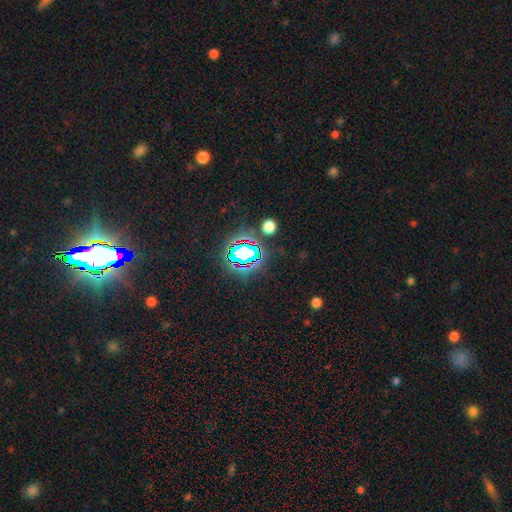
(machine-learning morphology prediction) This is clearly a star or artifact rather than a galaxy (83%).